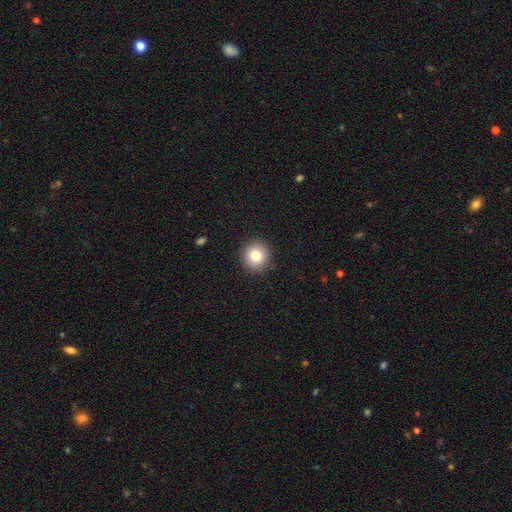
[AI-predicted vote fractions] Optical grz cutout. It shows a smooth galaxy with no disk features (82%) that is round (92%). Merging: none (91%).